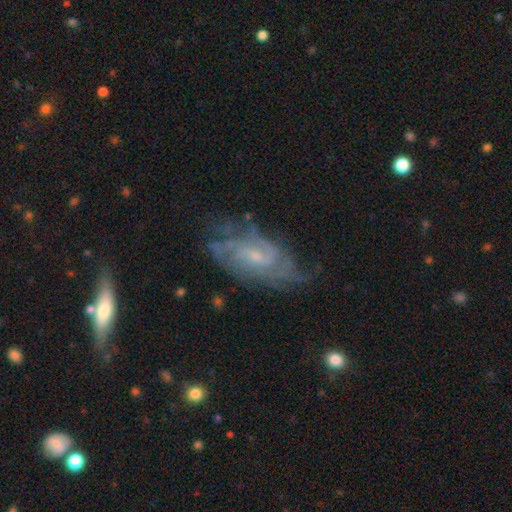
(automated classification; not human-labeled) A featured or disk galaxy (82%) with a weak bar (48%), tight (50%) spiral arms (92%) and a small central bulge (64%).

Vote fractions:
- Smooth or featured? featured or disk: 82% / smooth: 11% / star or artifact: 7%
- Edge-on disk? no: 94% / yes: 6%
- Bar? weak: 48% / no: 43% / strong: 9%
- Spiral arms? yes: 92% / no: 8%
- Spiral winding? tight: 50% / medium: 38% / loose: 12%
- Spiral arm count? can't tell: 42% / 2: 22% / 3: 14% / 4: 11% / more than 4: 5% / 1: 5%
- Bulge size? small: 64% / moderate: 27% / none: 6% / large: 1% / dominant: 1%
- Merging? none: 65% / minor disturbance: 22% / major disturbance: 11% / merger: 2%